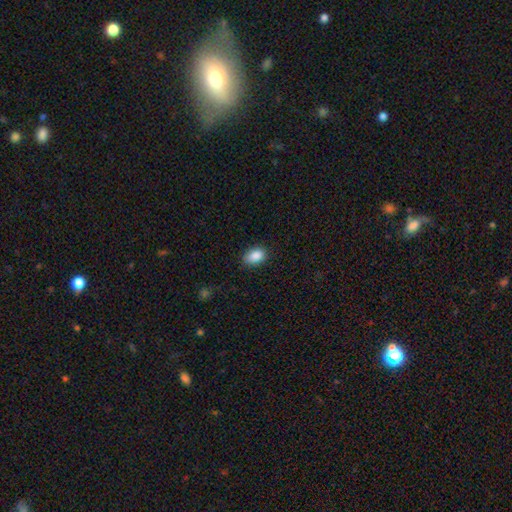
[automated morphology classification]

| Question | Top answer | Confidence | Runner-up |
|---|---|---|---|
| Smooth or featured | smooth | 89% | star or artifact (8%) |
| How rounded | in between | 86% | round (13%) |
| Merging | none | 83% | minor disturbance (13%) |